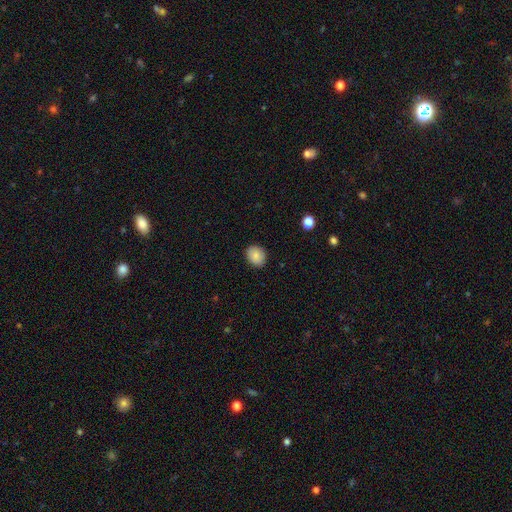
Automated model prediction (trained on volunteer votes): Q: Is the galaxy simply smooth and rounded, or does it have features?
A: smooth — 83%.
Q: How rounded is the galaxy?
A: round — 65%.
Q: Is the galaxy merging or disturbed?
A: none — 88%.